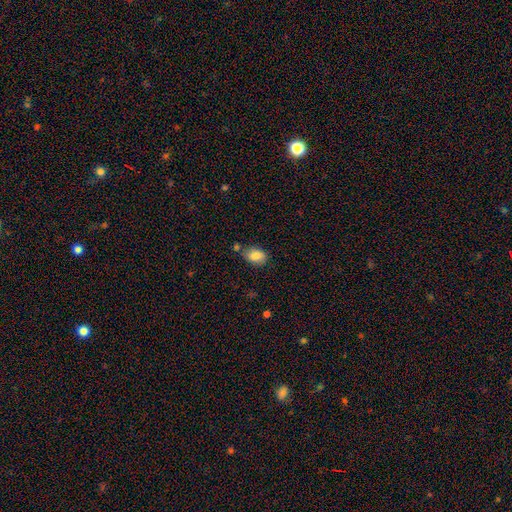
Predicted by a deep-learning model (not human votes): smooth_or_featured: smooth (p=0.83) [alt: featured or disk p=0.09]
how_rounded: in between (p=0.81) [alt: round p=0.18]
merging: none (p=0.71) [alt: minor disturbance p=0.17]